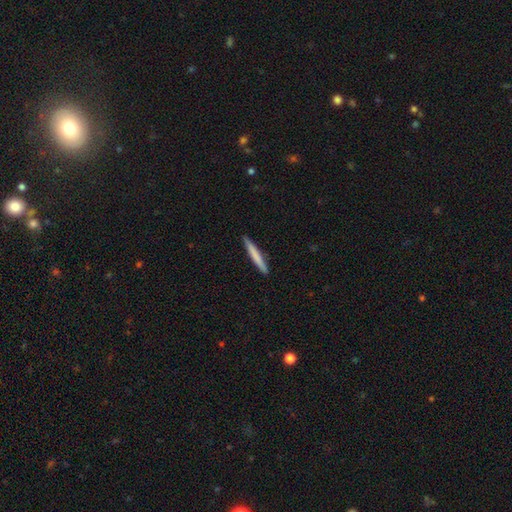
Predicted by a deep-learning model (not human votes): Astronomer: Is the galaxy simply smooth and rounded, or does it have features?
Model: smooth — 72%.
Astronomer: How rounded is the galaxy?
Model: cigar-shaped — 96%.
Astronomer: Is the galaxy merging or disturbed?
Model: none — 91%.